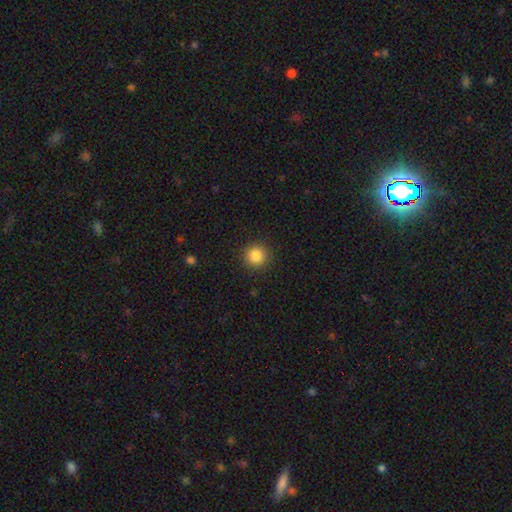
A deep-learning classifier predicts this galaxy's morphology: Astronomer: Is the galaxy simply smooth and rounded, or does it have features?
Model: smooth — 86%.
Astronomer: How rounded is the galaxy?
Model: round — 94%.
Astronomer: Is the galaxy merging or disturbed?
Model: none — 91%.